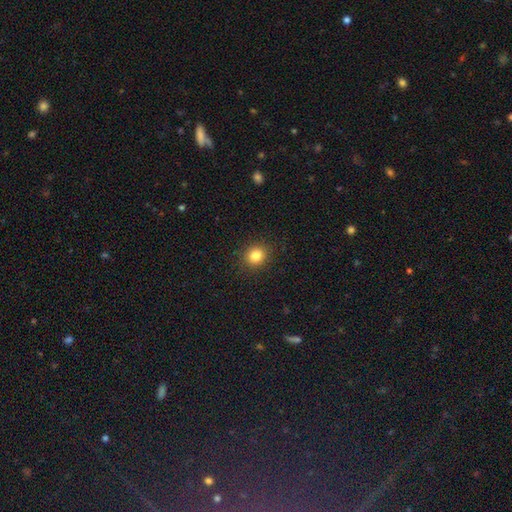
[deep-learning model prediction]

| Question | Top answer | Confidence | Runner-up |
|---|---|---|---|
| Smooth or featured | smooth | 83% | star or artifact (12%) |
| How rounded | round | 80% | in between (19%) |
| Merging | none | 90% | minor disturbance (7%) |